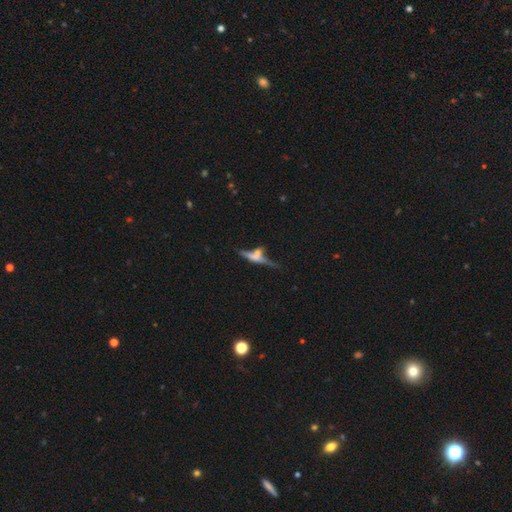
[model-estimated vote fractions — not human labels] Smooth or featured: featured or disk — 52% (smooth — 37%)
Edge-on disk: yes — 85% (no — 15%)
Merging: none — 44% (merger — 32%)